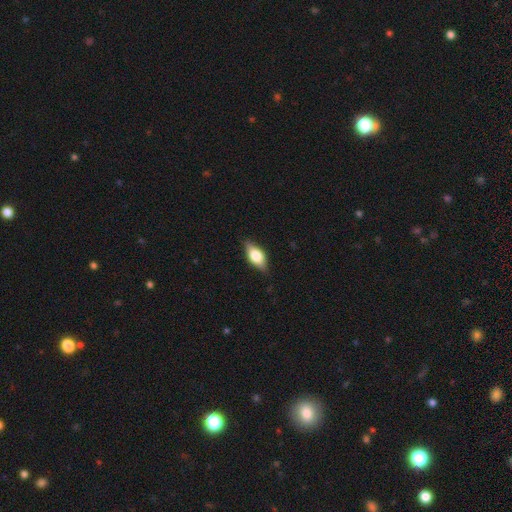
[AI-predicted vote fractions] This is likely a smooth galaxy (62%). How rounded: clearly in between (83%). Merging: clearly none (81%).